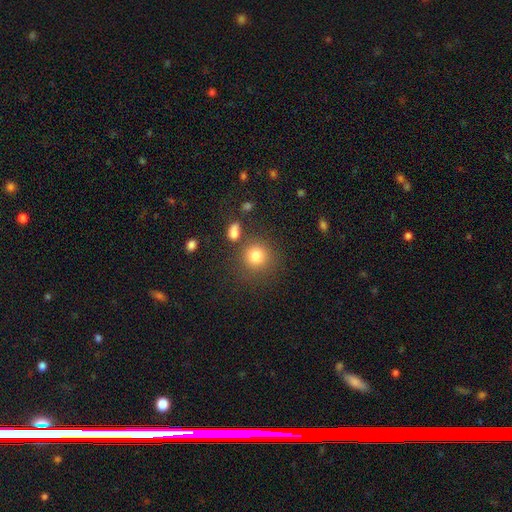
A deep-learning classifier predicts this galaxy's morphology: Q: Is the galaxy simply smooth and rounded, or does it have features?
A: smooth — 80%.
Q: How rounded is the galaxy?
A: round — 89%.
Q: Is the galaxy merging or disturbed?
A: none — 75%.